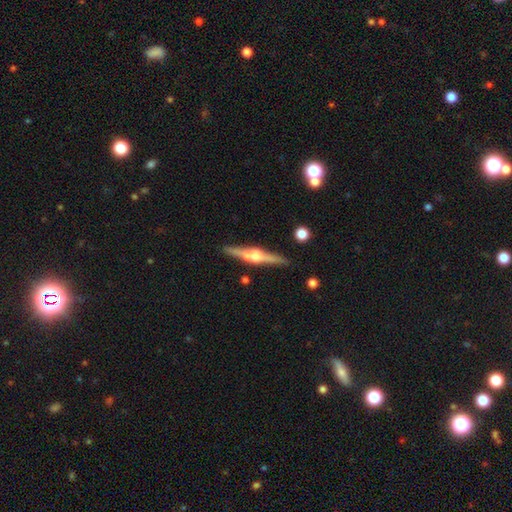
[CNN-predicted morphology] featured or disk 75%, smooth 19%, star or artifact 5%. Down the decision tree: edge-on disk — yes (97%); edge-on bulge — rounded (89%); merging — none (82%).